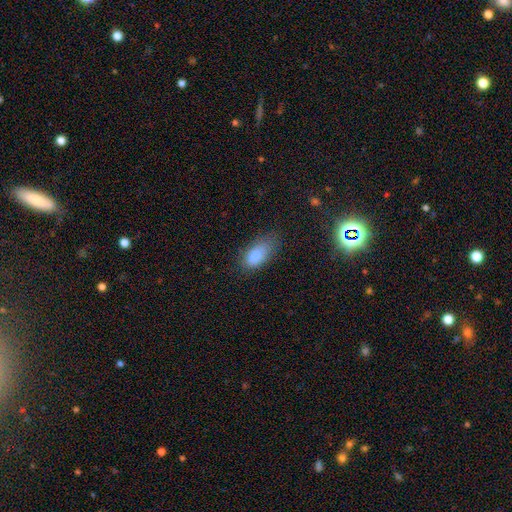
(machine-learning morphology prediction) Smooth or featured? Predicted: smooth (p=0.85). How rounded? Predicted: in between (p=0.91). Merging? Predicted: none (p=0.57).